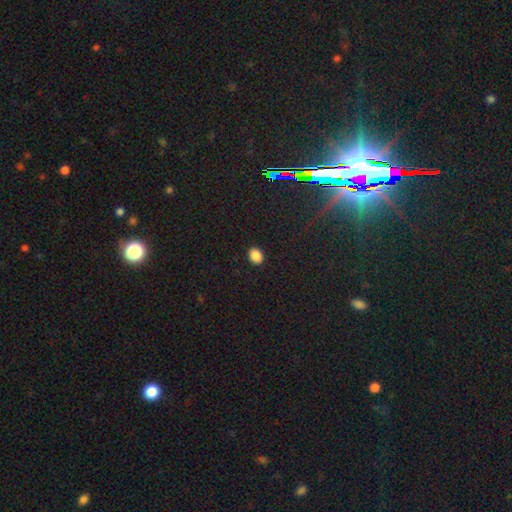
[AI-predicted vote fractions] A smooth galaxy with no disk features (87%) that is in between round and cigar-shaped (61%).

Vote fractions:
- Smooth or featured? smooth: 87% / star or artifact: 10% / featured or disk: 3%
- How rounded? in between: 61% / round: 38% / cigar-shaped: 1%
- Merging? none: 91% / minor disturbance: 7% / major disturbance: 2% / merger: 1%